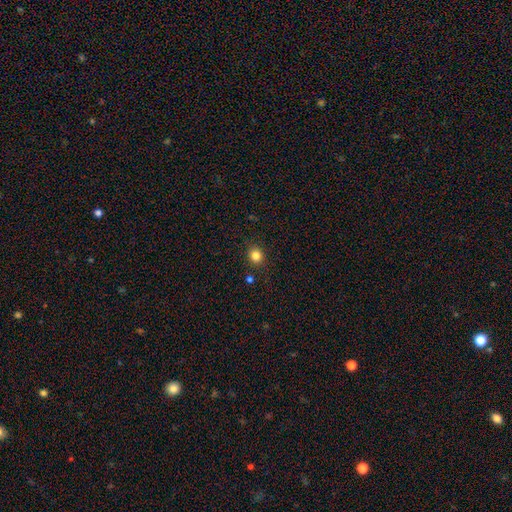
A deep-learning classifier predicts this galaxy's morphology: Smooth or featured: smooth — 82% (star or artifact — 13%)
How rounded: round — 77% (in between — 22%)
Merging: none — 88% (minor disturbance — 8%)